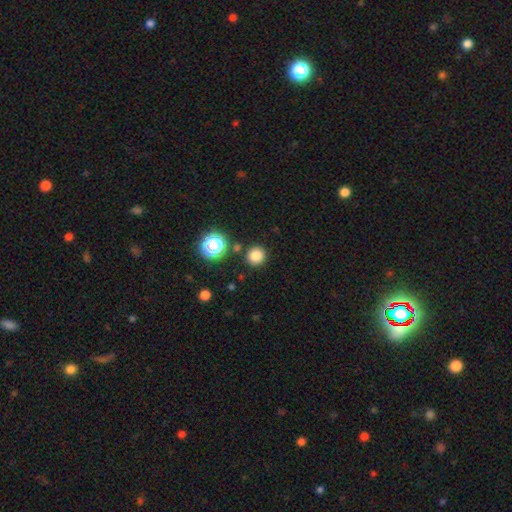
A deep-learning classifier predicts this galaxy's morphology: smooth-or-featured: smooth: 79% | star or artifact: 16% | featured or disk: 5%
  how-rounded: round: 92% | in between: 7% | cigar-shaped: 1%
  merging: none: 87% | minor disturbance: 7% | merger: 4% | major disturbance: 3%